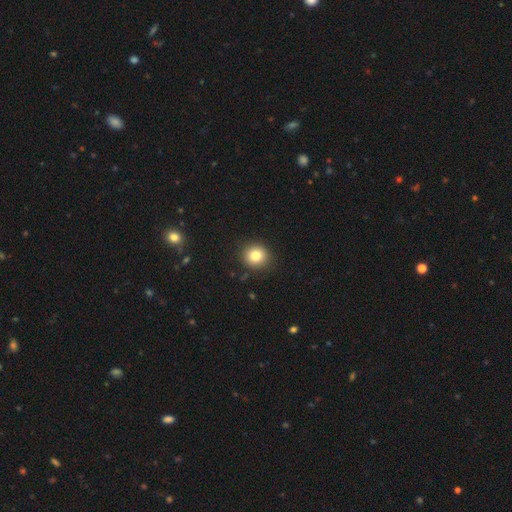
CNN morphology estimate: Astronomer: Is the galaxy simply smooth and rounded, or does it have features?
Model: smooth — 82%.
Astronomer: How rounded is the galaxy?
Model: round — 89%.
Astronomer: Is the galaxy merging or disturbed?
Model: none — 90%.